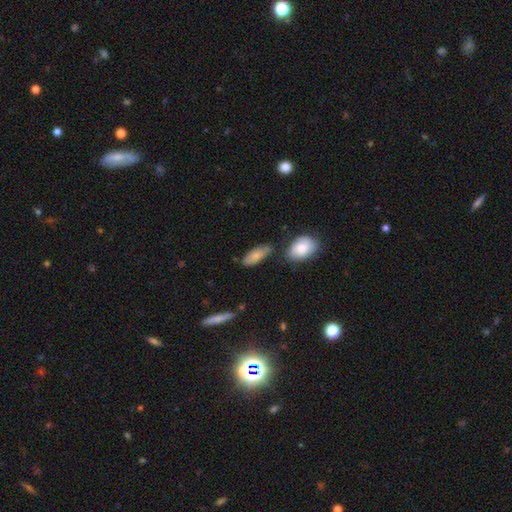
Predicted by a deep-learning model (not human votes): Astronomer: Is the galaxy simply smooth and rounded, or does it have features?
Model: smooth — 78%.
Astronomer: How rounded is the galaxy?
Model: in between — 83%.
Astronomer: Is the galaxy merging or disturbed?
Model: none — 63%.